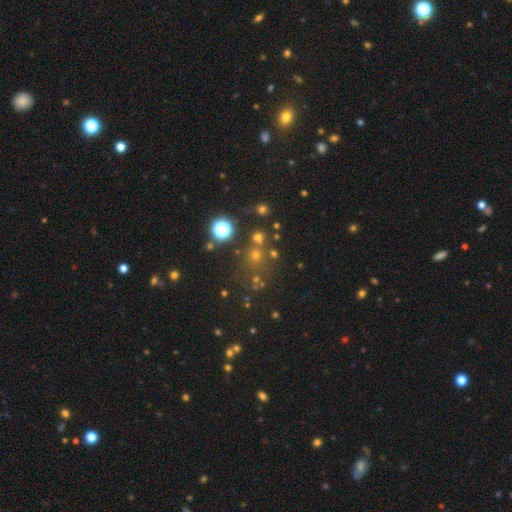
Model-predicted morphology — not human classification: Smooth or featured? smooth (48%)
Merging? none (71%)